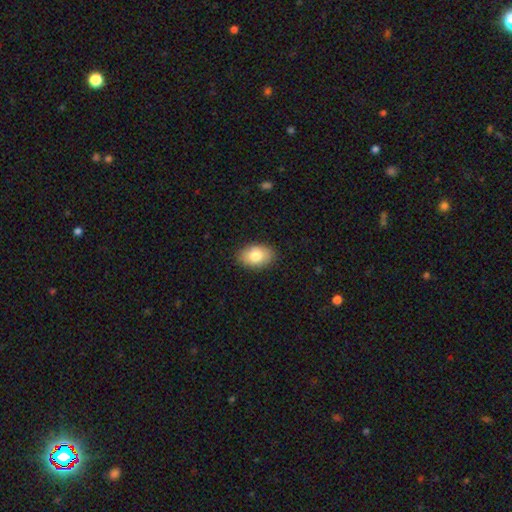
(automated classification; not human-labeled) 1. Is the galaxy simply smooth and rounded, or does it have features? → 81% smooth, 11% featured or disk, 7% star or artifact.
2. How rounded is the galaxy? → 86% in between, 12% round, 1% cigar-shaped.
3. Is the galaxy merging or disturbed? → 88% none, 9% minor disturbance, 2% major disturbance, 1% merger.